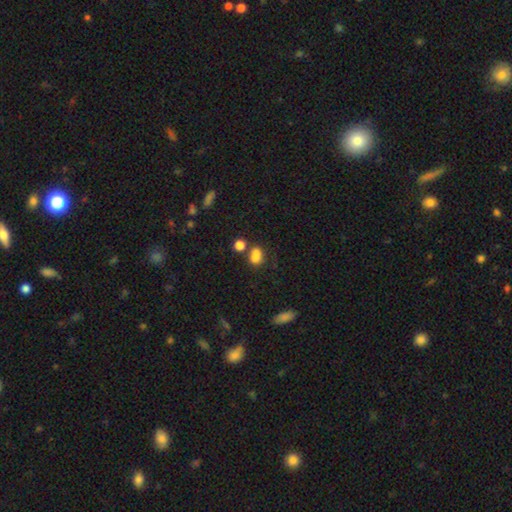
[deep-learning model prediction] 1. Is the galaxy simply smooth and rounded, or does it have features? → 75% smooth, 14% star or artifact, 11% featured or disk.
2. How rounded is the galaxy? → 54% in between, 45% round, 2% cigar-shaped.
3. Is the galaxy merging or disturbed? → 44% merger, 36% none, 13% minor disturbance, 7% major disturbance.